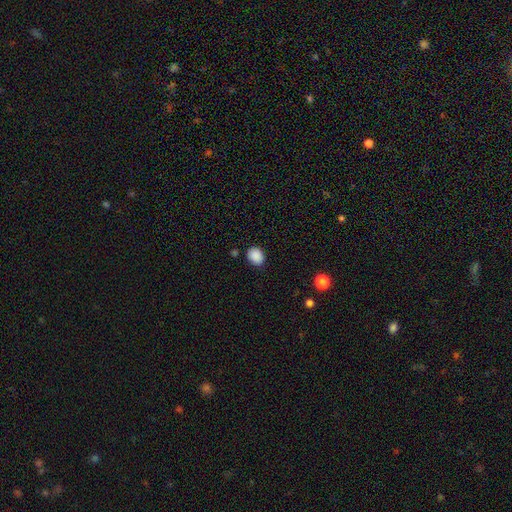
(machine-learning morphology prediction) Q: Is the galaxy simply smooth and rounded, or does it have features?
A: smooth — 89%.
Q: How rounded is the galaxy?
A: in between — 50%.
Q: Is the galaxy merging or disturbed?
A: none — 84%.